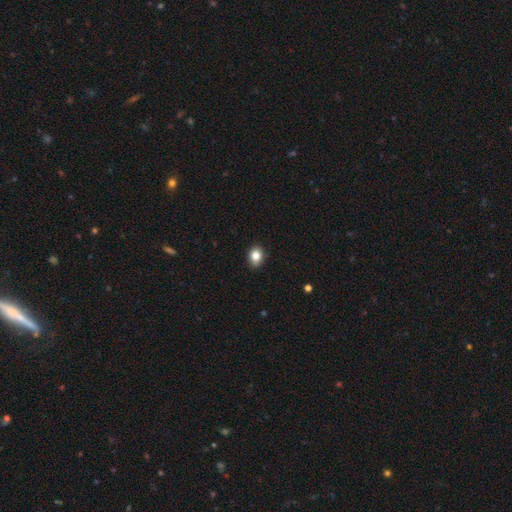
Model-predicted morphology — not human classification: type=smooth (83%); roundness=round (51%); merging=none (87%).